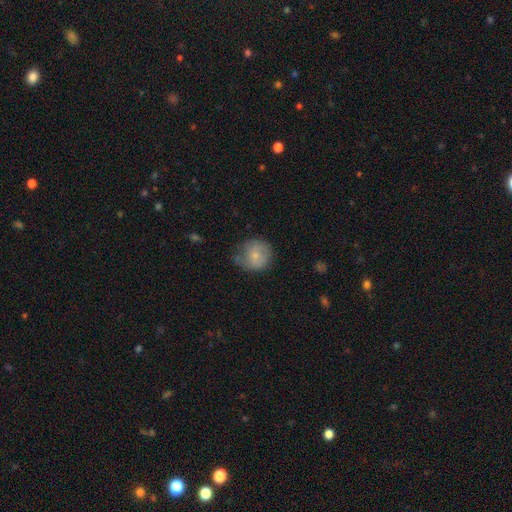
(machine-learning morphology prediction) smooth_or_featured: smooth (p=0.71) [alt: featured or disk p=0.21]
how_rounded: round (p=0.87) [alt: in between p=0.12]
merging: none (p=0.53) [alt: minor disturbance p=0.32]